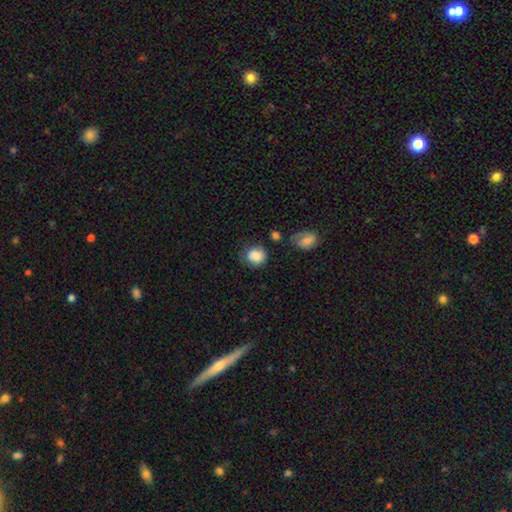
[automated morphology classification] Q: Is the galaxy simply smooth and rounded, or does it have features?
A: smooth — 86%.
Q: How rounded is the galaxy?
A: round — 72%.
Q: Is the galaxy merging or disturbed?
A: none — 64%.